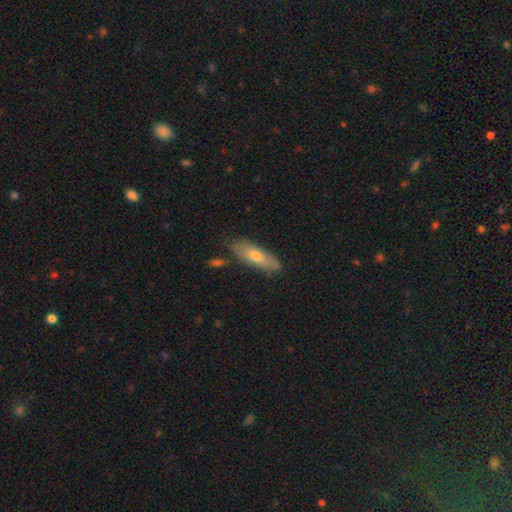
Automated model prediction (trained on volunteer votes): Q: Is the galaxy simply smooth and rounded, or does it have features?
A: smooth — 58%.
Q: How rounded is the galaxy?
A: in between — 50%.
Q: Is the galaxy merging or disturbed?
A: none — 80%.